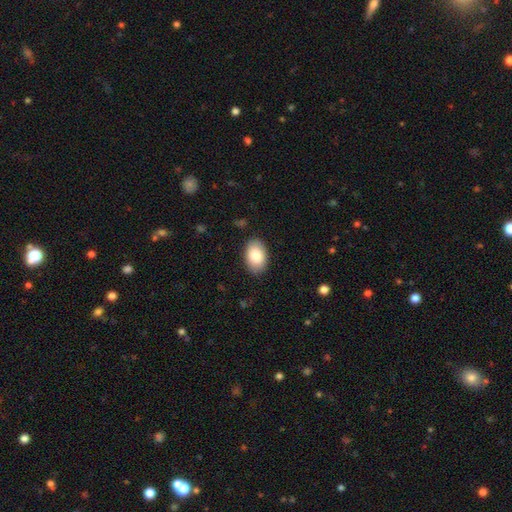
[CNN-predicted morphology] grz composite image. It shows a smooth galaxy with no disk features (86%) that is in between round and cigar-shaped (92%). Merging: none (87%).